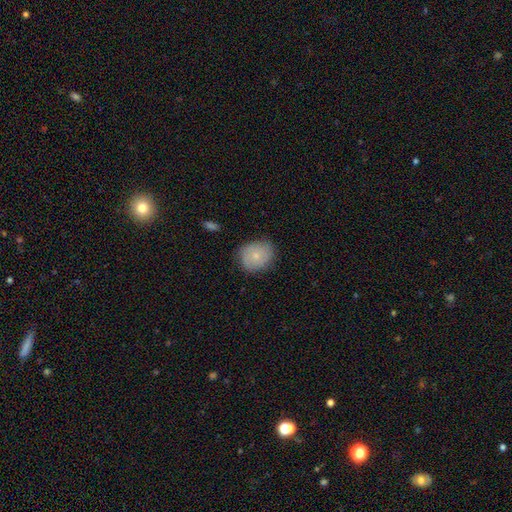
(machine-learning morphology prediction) Overall: smooth (66%; featured or disk 27%). How rounded: round (65%; in between 34%). Merging: none (75%).